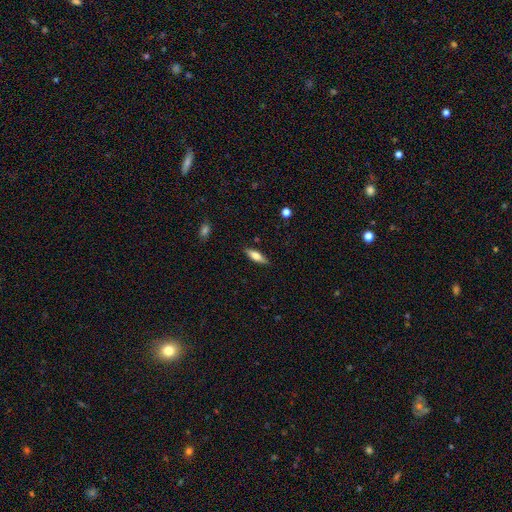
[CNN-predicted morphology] Overall: smooth (63%; featured or disk 31%). How rounded: cigar-shaped (50%; in between 47%). Merging: none (86%).